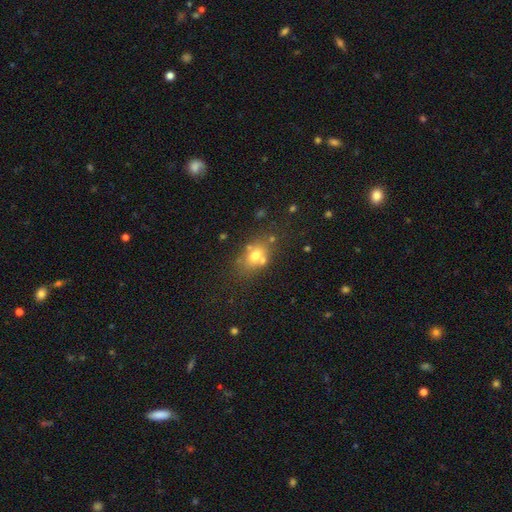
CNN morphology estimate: The model was most divided on "how rounded": in between: 64%, round: 34%, cigar-shaped: 2%. More confident: smooth or featured — smooth (66%); merging — none (56%).